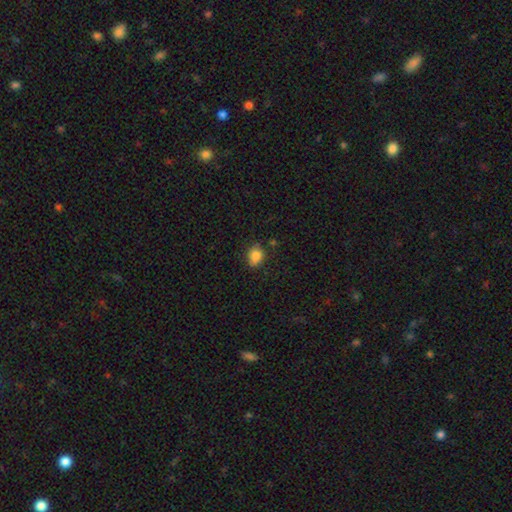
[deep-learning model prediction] Smooth or featured: smooth — 83% (star or artifact — 10%)
How rounded: in between — 61% (round — 38%)
Merging: none — 70% (minor disturbance — 23%)